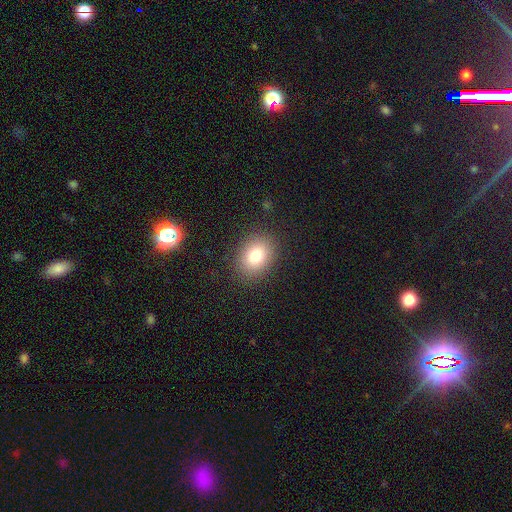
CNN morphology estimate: A smooth galaxy with no disk features (80%) that is in between round and cigar-shaped (59%). Merging: none (87%).